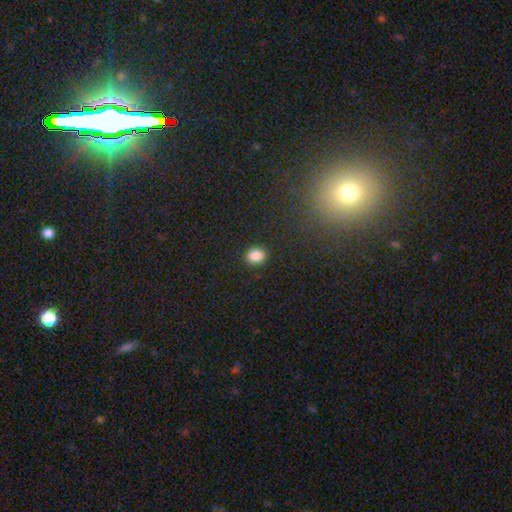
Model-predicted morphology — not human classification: Overall: smooth (86%). How rounded: round (51%; in between 48%). Merging: none (89%).